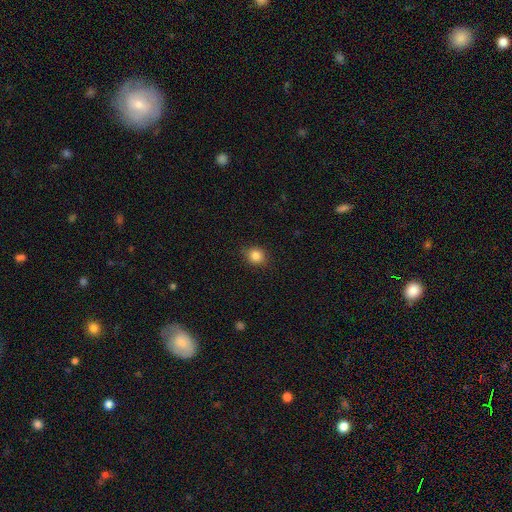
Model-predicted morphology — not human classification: Overall: smooth (85%). How rounded: round (73%). Merging: none (87%).